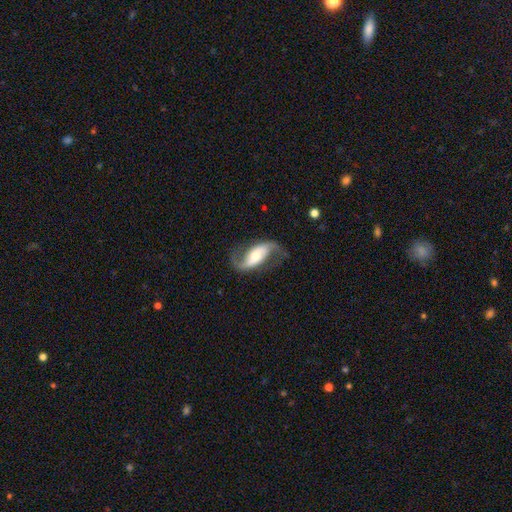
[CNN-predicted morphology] featured or disk 83%, smooth 11%, star or artifact 5%. Down the decision tree: edge-on disk — no (95%); bar — no (40%); spiral arms — yes (95%); spiral arm count — 2 (92%); spiral winding — loose (69%); bulge size — moderate (54%); merging — none (72%).